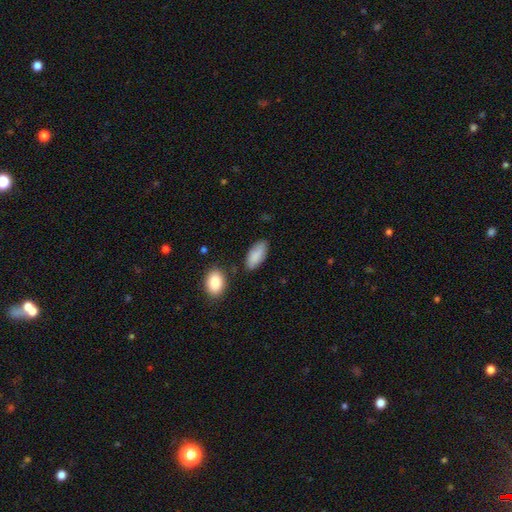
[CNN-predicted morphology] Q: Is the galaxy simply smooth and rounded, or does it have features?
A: smooth — 87%.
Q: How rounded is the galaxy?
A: in between — 89%.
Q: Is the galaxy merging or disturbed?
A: none — 77%.